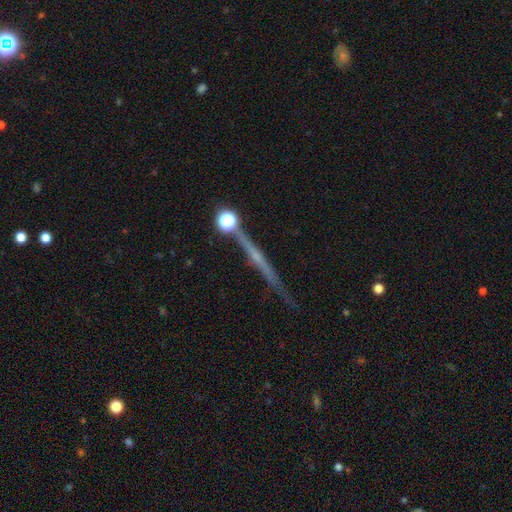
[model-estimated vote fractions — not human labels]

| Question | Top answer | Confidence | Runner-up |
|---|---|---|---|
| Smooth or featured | featured or disk | 66% | smooth (22%) |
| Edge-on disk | yes | 96% | no (4%) |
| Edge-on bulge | none | 58% | rounded (34%) |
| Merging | none | 79% | minor disturbance (11%) |